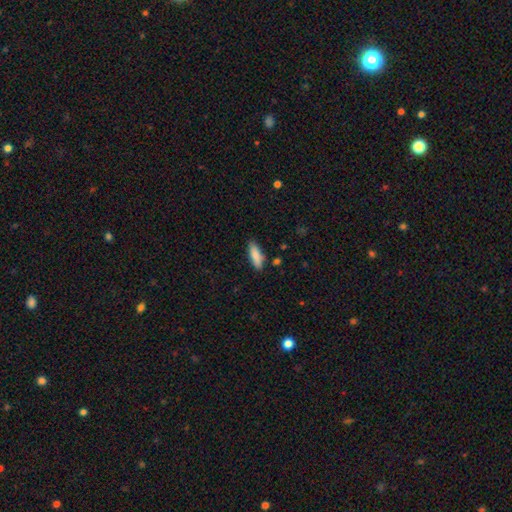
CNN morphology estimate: This appears to be a smooth galaxy with no disk features (85%) that is in between round and cigar-shaped (58%). Merging: none (81%).